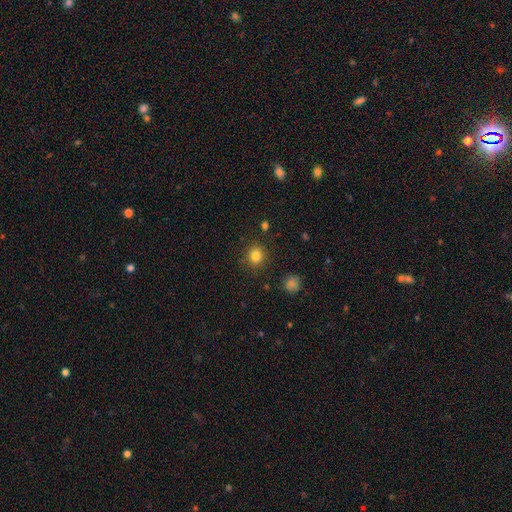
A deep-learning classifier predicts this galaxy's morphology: smooth-or-featured: smooth: 82% | star or artifact: 12% | featured or disk: 5%
  how-rounded: round: 87% | in between: 12% | cigar-shaped: 1%
  merging: none: 89% | minor disturbance: 7% | major disturbance: 3% | merger: 2%